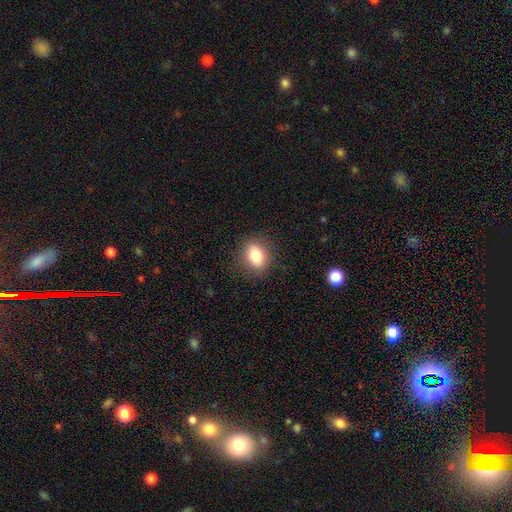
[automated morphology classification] A smooth galaxy with no disk features (80%) that is in between round and cigar-shaped (64%). Merging: none (87%).